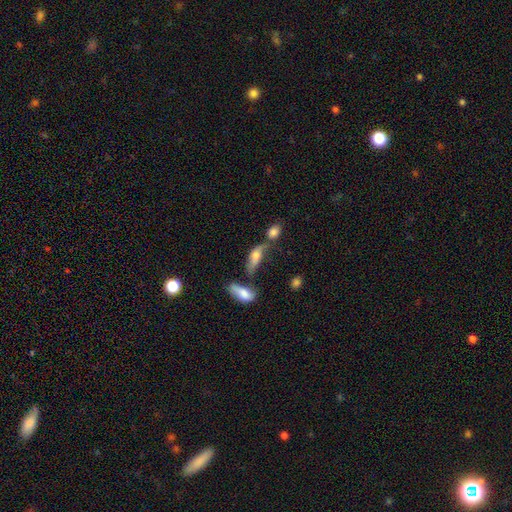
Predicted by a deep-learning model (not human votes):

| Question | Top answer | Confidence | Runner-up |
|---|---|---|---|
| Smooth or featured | smooth | 61% | featured or disk (29%) |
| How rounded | in between | 72% | cigar-shaped (23%) |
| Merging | merger | 44% | none (24%) |